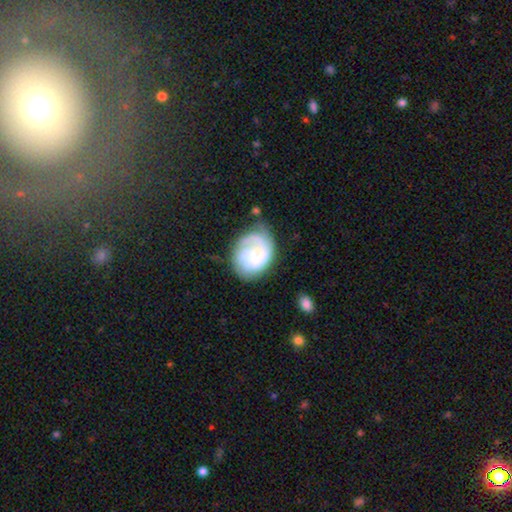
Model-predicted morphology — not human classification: smooth-or-featured: featured or disk: 61% | smooth: 32% | star or artifact: 7%
  disk-edge-on: no: 98% | yes: 2%
    bar: no: 71% | weak: 25% | strong: 4%
    has-spiral-arms: yes: 84% | no: 16%
    bulge-size: moderate: 37% | small: 36% | large: 13% | none: 11% | dominant: 3%
  merging: none: 50% | minor disturbance: 28% | major disturbance: 17% | merger: 4%